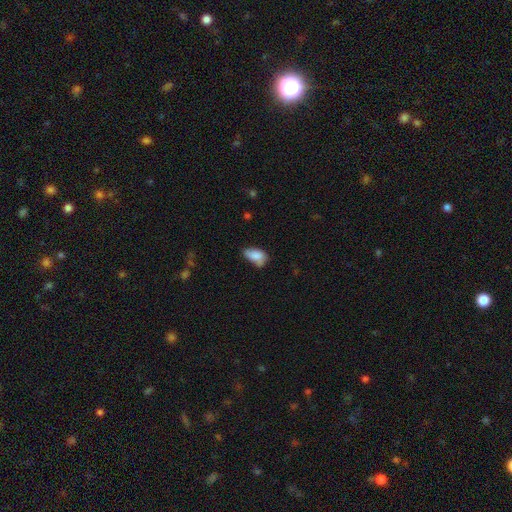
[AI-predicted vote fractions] smooth 82%, featured or disk 10%, star or artifact 8%. Down the decision tree: how rounded — in between (91%); merging — none (43%).